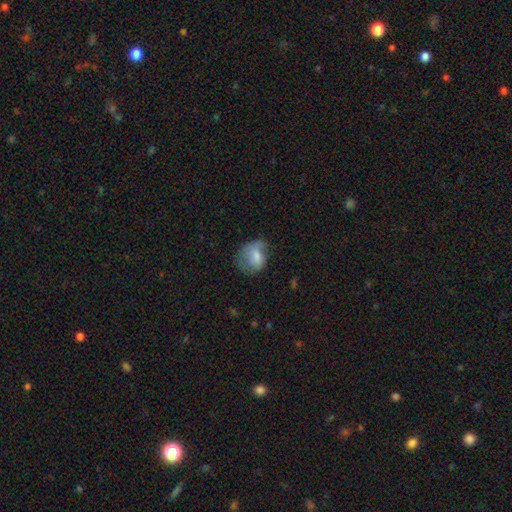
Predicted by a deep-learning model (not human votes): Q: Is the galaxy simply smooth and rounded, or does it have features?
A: smooth — 64%.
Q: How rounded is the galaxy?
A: round — 49%, tied with in between.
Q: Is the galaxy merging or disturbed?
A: none — 39%.